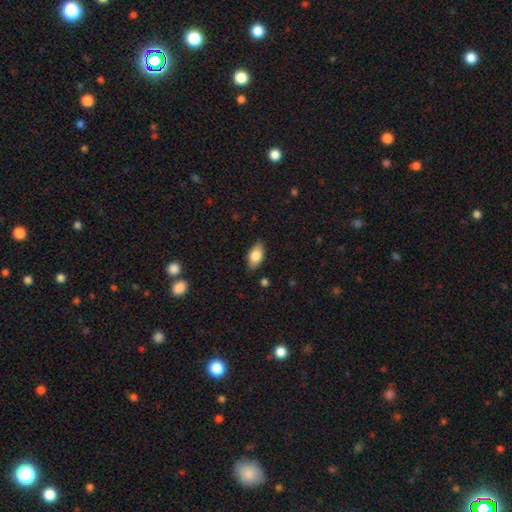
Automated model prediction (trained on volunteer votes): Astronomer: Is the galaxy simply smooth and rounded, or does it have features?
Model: smooth — 78%.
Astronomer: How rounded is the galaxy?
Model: in between — 91%.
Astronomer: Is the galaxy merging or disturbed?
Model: none — 84%.